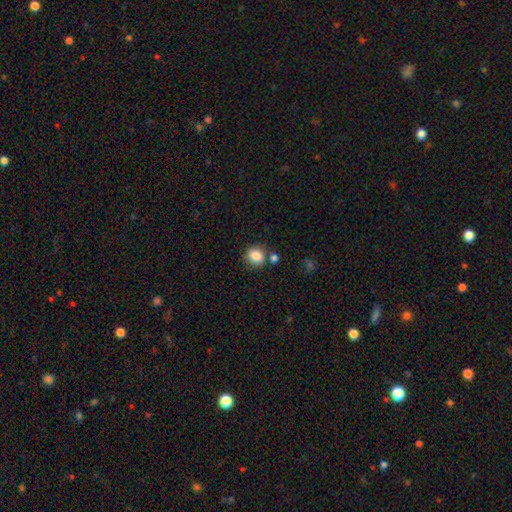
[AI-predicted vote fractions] Q: Smooth or featured?
A: smooth (85%); runner-up: star or artifact (10%)
Q: How rounded?
A: round (73%); runner-up: in between (26%)
Q: Merging?
A: none (71%); runner-up: minor disturbance (13%)